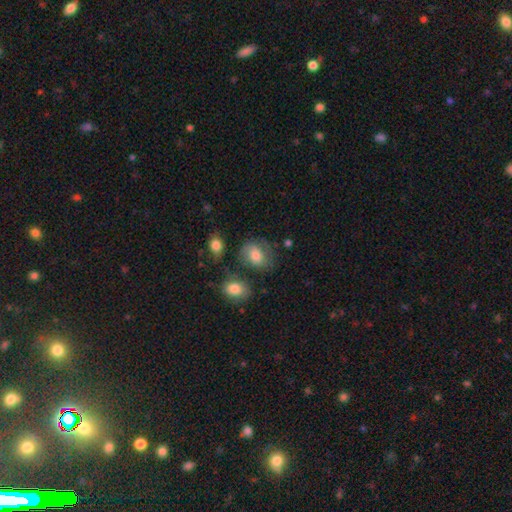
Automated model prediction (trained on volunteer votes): Smooth or featured?
  - smooth: 70% *
  - featured or disk: 20%
  - star or artifact: 9%
How rounded?
  - in between: 58% *
  - round: 41%
  - cigar-shaped: 1%
Merging?
  - none: 56% *
  - minor disturbance: 24%
  - major disturbance: 12%
  - merger: 9%